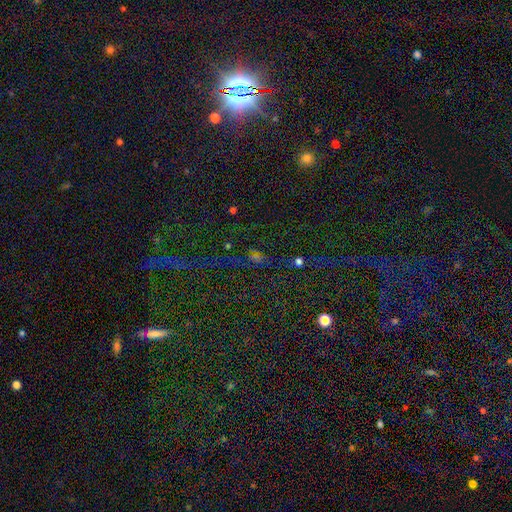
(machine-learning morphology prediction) A star or artifact, not a galaxy (63%).

Vote fractions:
- Smooth or featured? star or artifact: 63% / smooth: 26% / featured or disk: 11%